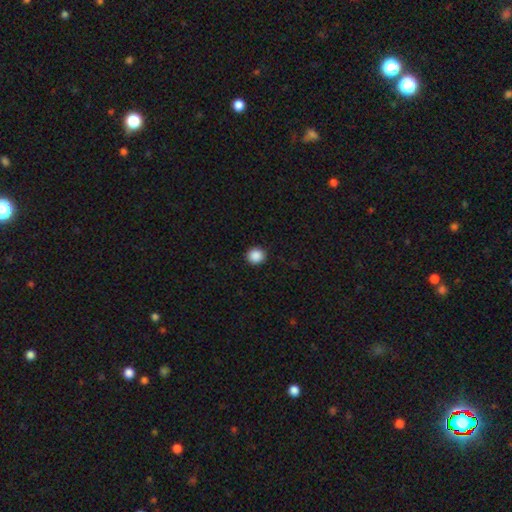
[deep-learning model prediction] Smooth or featured? Predicted: smooth (p=0.88). How rounded? Predicted: round (p=0.91). Merging? Predicted: none (p=0.92).